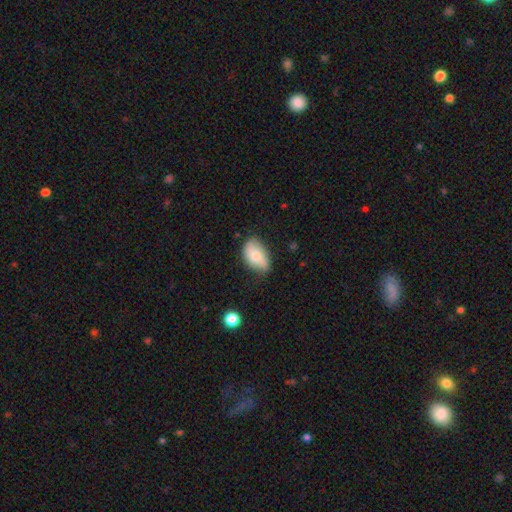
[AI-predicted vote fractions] The model was most divided on "merging": none: 64%, minor disturbance: 28%, major disturbance: 6%, merger: 2%. More confident: how rounded — in between (91%); smooth or featured — smooth (70%).